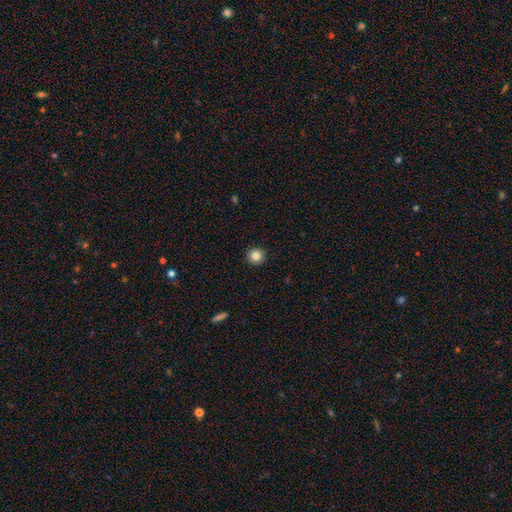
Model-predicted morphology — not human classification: This appears to be a smooth galaxy with no disk features (83%) that is round (95%). Merging: none (93%).